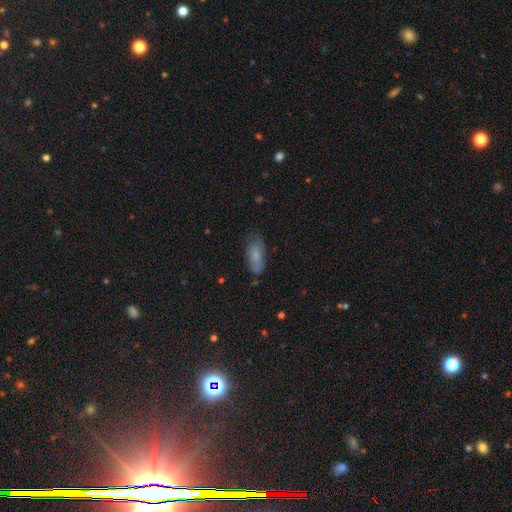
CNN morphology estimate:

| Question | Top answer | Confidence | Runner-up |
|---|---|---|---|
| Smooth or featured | smooth | 78% | featured or disk (14%) |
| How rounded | in between | 82% | cigar-shaped (16%) |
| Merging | none | 67% | minor disturbance (25%) |